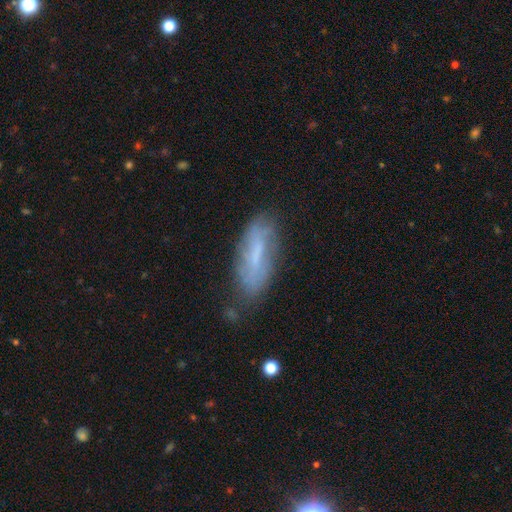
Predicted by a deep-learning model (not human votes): Morphology: type=smooth (47%); merging=none (67%).